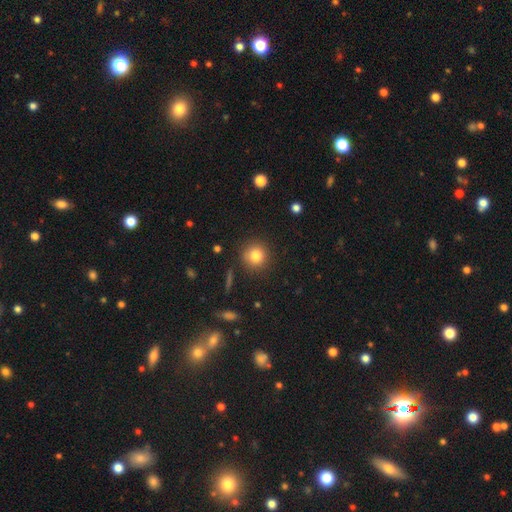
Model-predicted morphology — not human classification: smooth 81%, star or artifact 11%, featured or disk 8%. Down the decision tree: how rounded — round (92%); merging — none (88%).